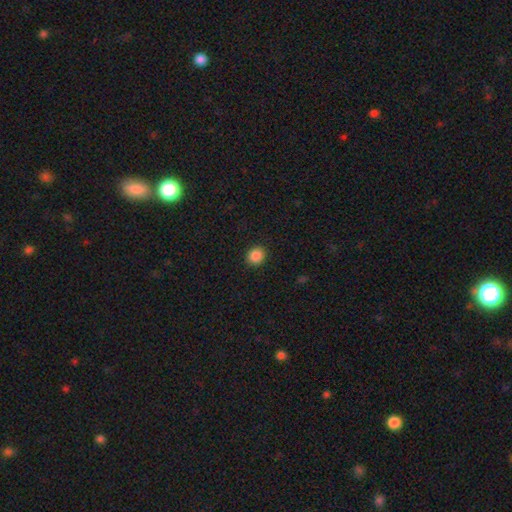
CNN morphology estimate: A smooth galaxy with no disk features (87%) that is round (76%).

Vote fractions:
- Smooth or featured? smooth: 87% / star or artifact: 10% / featured or disk: 3%
- How rounded? round: 76% / in between: 23% / cigar-shaped: 1%
- Merging? none: 91% / minor disturbance: 6% / major disturbance: 2% / merger: 1%